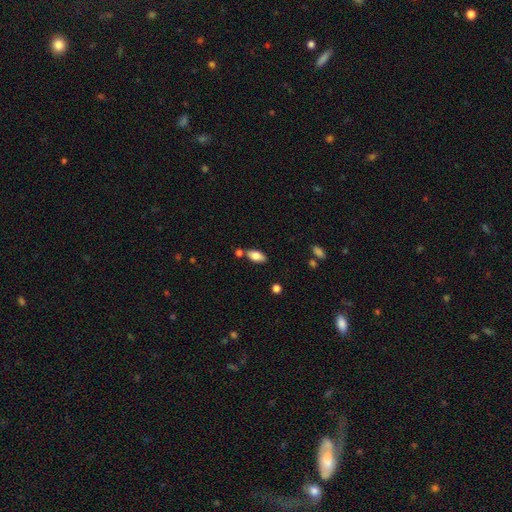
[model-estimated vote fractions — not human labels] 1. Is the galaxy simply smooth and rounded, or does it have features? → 80% smooth, 12% featured or disk, 7% star or artifact.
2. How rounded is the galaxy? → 90% in between, 8% cigar-shaped, 3% round.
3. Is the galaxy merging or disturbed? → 71% none, 13% minor disturbance, 13% merger, 3% major disturbance.